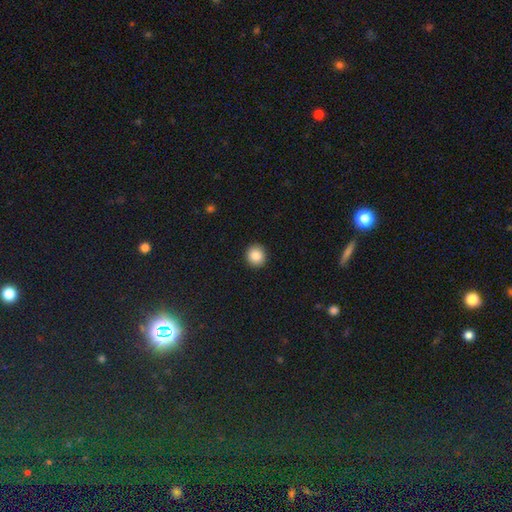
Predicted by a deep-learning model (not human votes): smooth_or_featured: smooth (p=0.87) [alt: star or artifact p=0.09]
how_rounded: round (p=0.89) [alt: in between p=0.10]
merging: none (p=0.92) [alt: minor disturbance p=0.05]